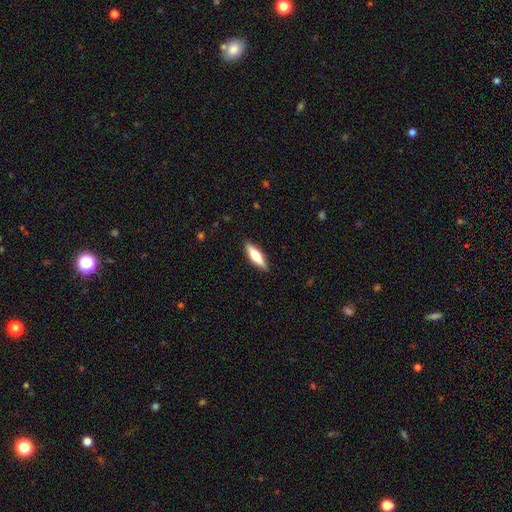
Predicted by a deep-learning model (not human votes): Smooth or featured? Predicted: smooth (p=0.53). How rounded? Predicted: cigar-shaped (p=0.66). Merging? Predicted: none (p=0.89).